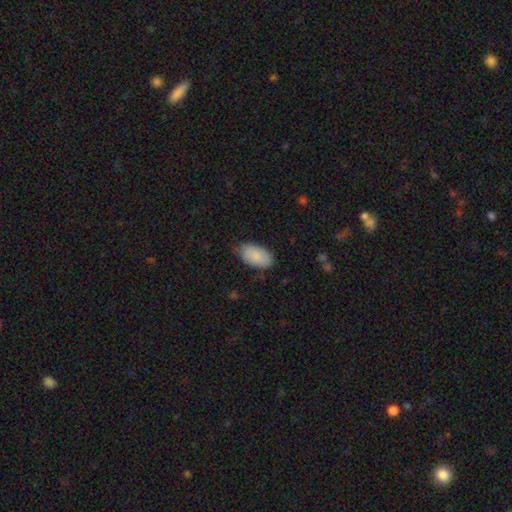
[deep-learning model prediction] This appears to be a smooth galaxy with no disk features (86%) that is in between round and cigar-shaped (95%). Merging: none (72%).